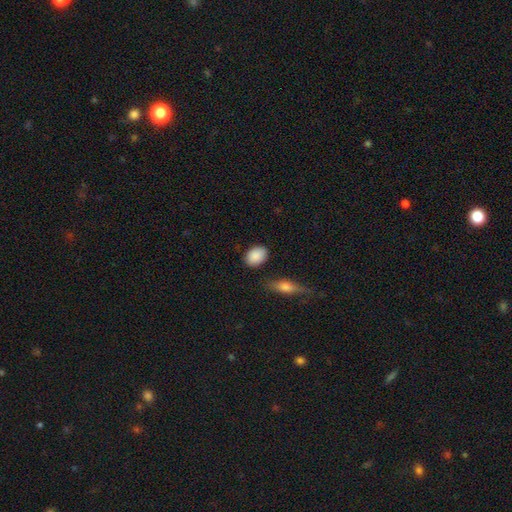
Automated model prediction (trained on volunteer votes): Morphology: type=smooth (89%); roundness=in between (77%); merging=none (82%).